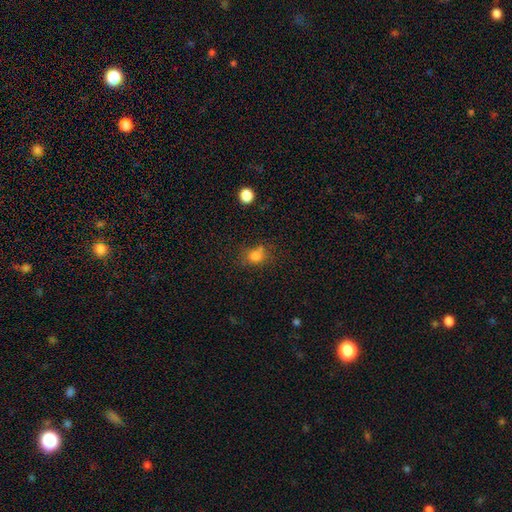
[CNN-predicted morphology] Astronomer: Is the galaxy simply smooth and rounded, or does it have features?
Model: smooth — 78%.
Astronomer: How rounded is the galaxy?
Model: round — 64%.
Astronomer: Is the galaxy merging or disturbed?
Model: none — 63%.